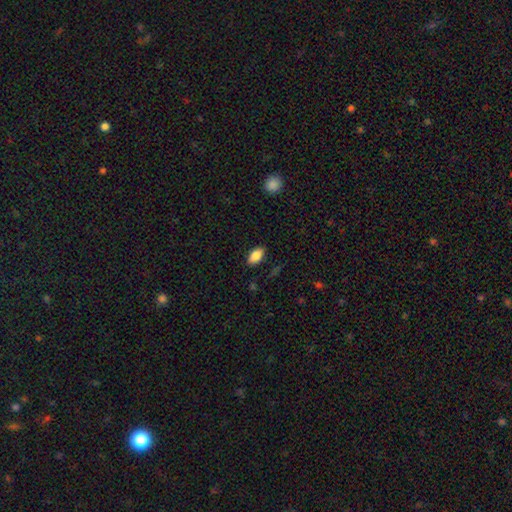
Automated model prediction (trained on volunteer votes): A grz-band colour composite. It shows a smooth galaxy with no disk features (84%) that is in between round and cigar-shaped (91%). Merging: none (86%).